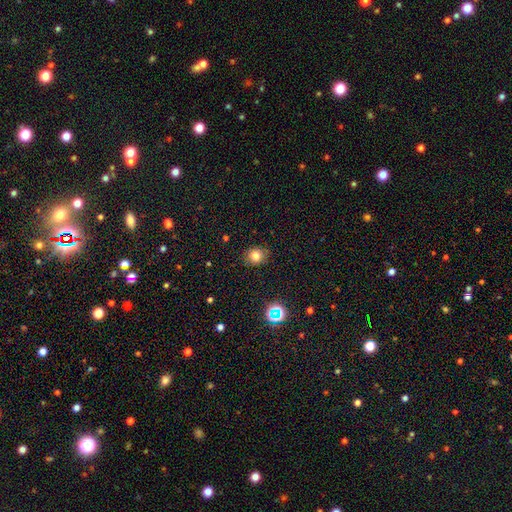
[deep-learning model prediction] smooth 77%, star or artifact 15%, featured or disk 8%. Down the decision tree: how rounded — round (68%); merging — none (85%).